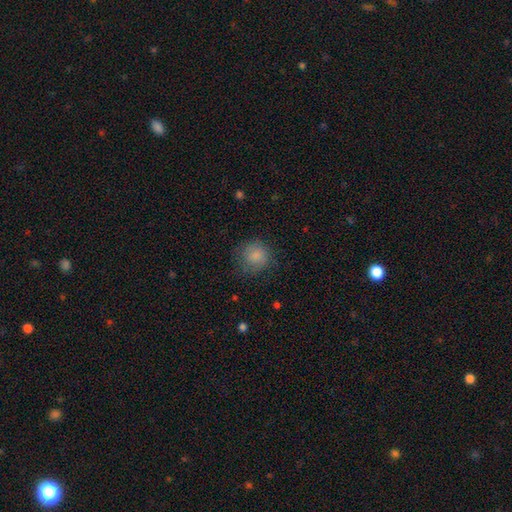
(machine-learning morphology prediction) Overall: smooth (83%). How rounded: round (87%). Merging: none (74%).